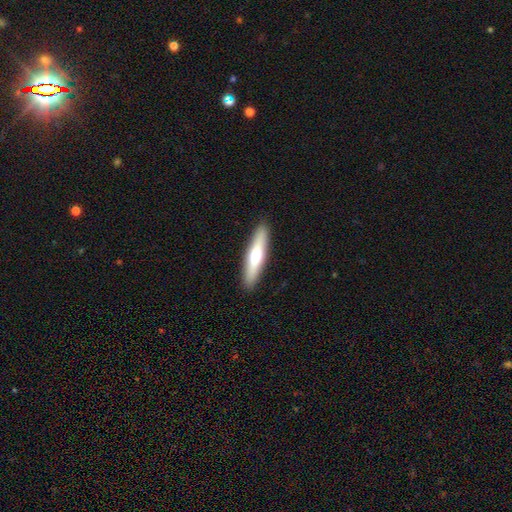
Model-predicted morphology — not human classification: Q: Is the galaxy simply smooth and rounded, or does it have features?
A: smooth — 55%.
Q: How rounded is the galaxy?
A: cigar-shaped — 85%.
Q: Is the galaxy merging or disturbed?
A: none — 91%.